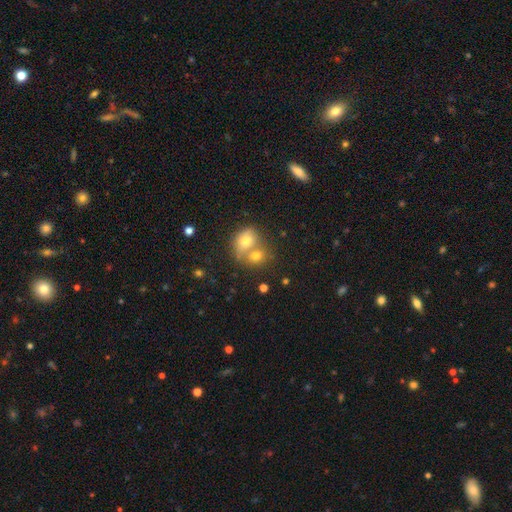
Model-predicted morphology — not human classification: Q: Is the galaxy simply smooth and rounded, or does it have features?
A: smooth — 72%.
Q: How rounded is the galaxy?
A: round — 56%.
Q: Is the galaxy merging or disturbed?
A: merger — 60%.